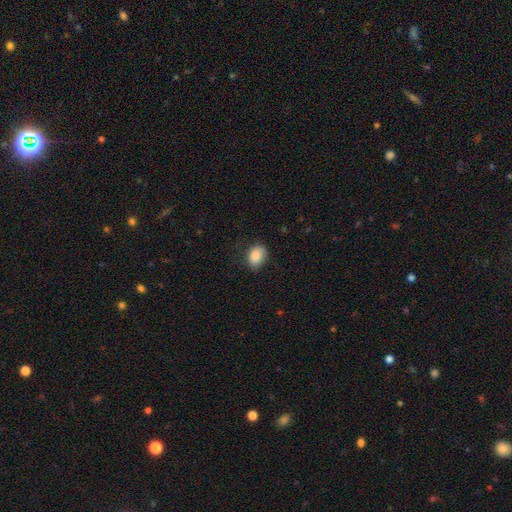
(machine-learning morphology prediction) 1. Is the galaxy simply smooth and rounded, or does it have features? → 87% smooth, 8% star or artifact, 5% featured or disk.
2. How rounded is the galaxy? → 70% in between, 29% round, 1% cigar-shaped.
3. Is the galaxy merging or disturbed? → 72% none, 21% minor disturbance, 5% major disturbance, 1% merger.